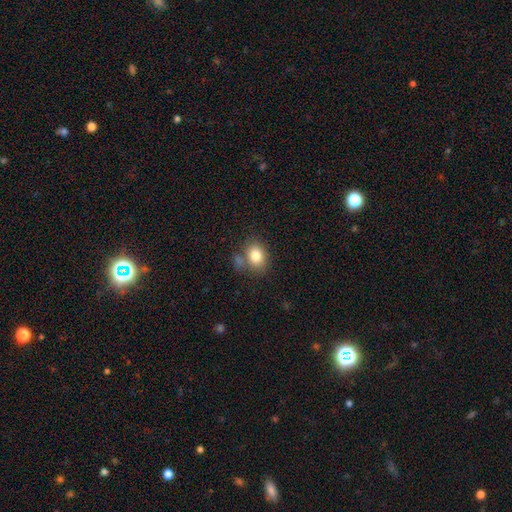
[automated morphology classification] smooth_or_featured: smooth (p=0.82) [alt: star or artifact p=0.09]
how_rounded: in between (p=0.56) [alt: round p=0.43]
merging: none (p=0.64) [alt: merger p=0.17]